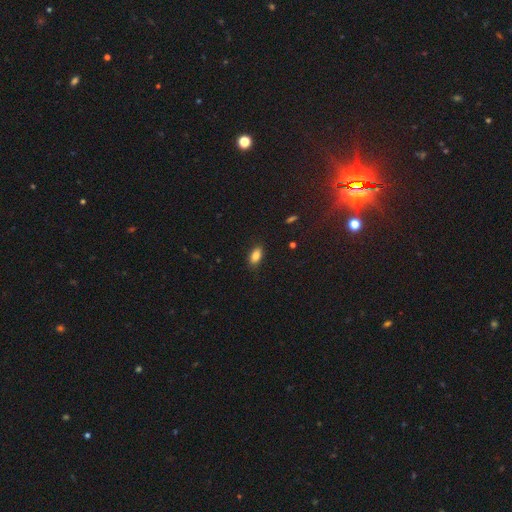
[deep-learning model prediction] Overall: smooth (85%). How rounded: in between (89%). Merging: none (85%).